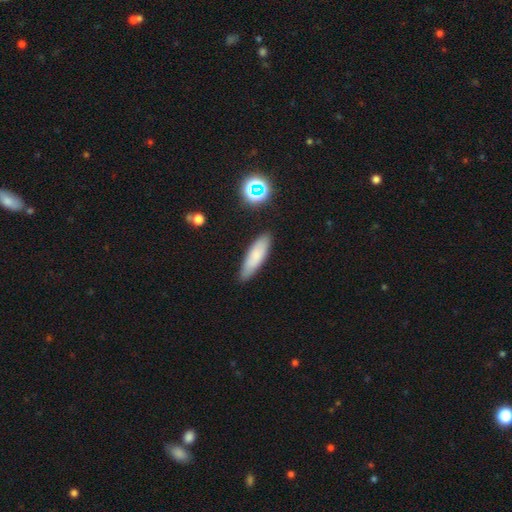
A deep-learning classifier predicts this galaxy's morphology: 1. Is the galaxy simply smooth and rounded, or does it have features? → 78% smooth, 14% featured or disk, 8% star or artifact.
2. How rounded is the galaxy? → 55% cigar-shaped, 43% in between, 2% round.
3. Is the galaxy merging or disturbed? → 86% none, 10% minor disturbance, 2% major disturbance, 2% merger.